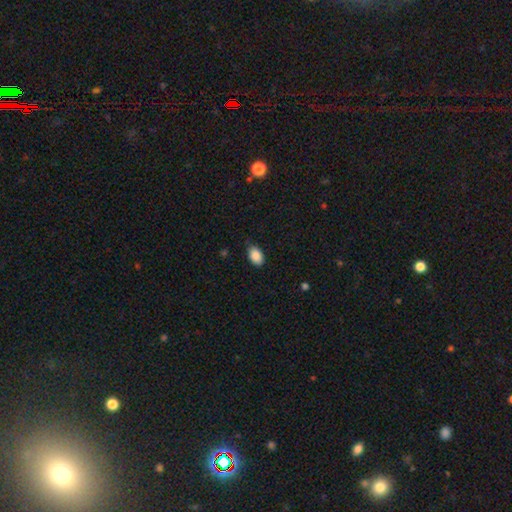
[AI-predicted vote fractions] smooth_or_featured: smooth (p=0.88) [alt: star or artifact p=0.07]
how_rounded: in between (p=0.91) [alt: round p=0.08]
merging: none (p=0.81) [alt: minor disturbance p=0.15]